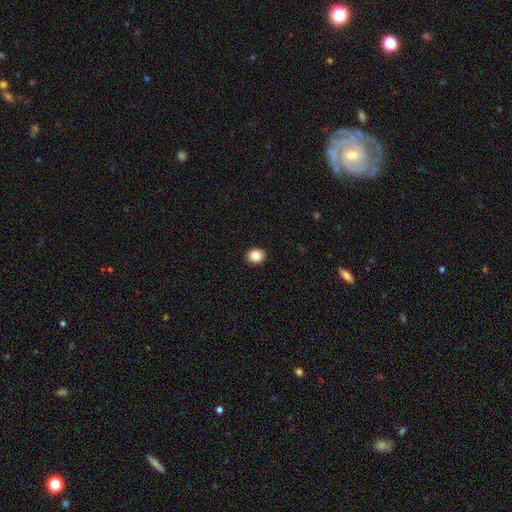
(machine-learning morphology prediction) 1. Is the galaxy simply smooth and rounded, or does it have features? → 87% smooth, 9% star or artifact, 4% featured or disk.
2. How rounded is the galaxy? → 75% round, 24% in between, 1% cigar-shaped.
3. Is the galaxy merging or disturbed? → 92% none, 5% minor disturbance, 2% major disturbance, 1% merger.